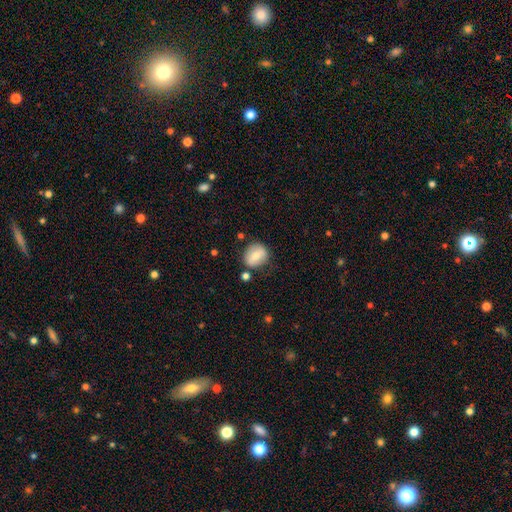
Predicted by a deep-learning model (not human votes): A smooth galaxy with no disk features (68%) that is round (68%). Merging: none (75%).